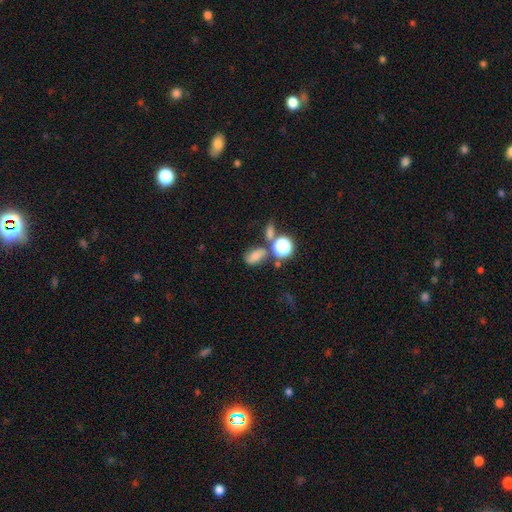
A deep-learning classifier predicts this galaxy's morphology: Smooth or featured?
  - smooth: 63% *
  - star or artifact: 20%
  - featured or disk: 18%
How rounded?
  - in between: 73% *
  - round: 24%
  - cigar-shaped: 3%
Merging?
  - none: 55% *
  - merger: 21%
  - minor disturbance: 17%
  - major disturbance: 8%